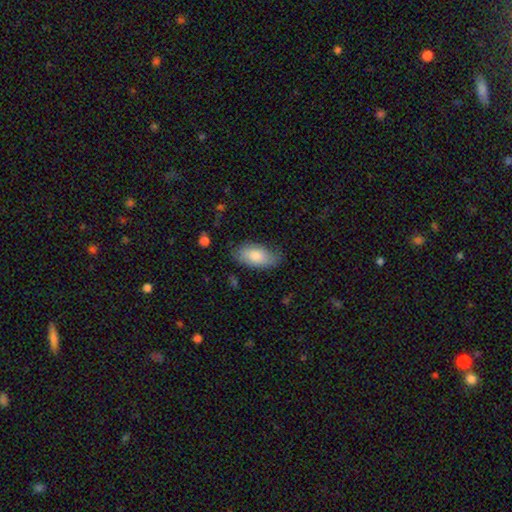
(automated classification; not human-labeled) This appears to be a smooth galaxy with no disk features (80%) that is in between round and cigar-shaped (92%). Merging: none (73%).